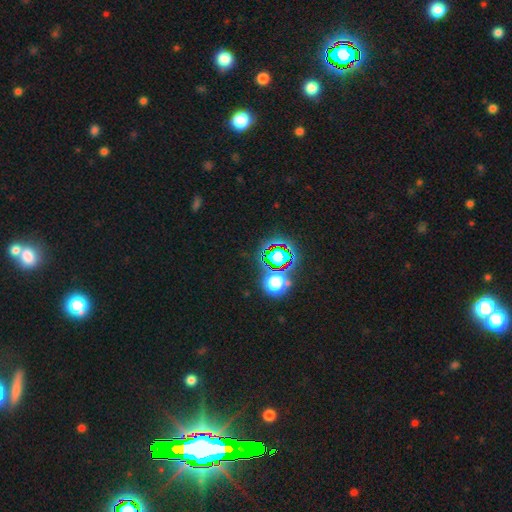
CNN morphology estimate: type=star or artifact (80%).